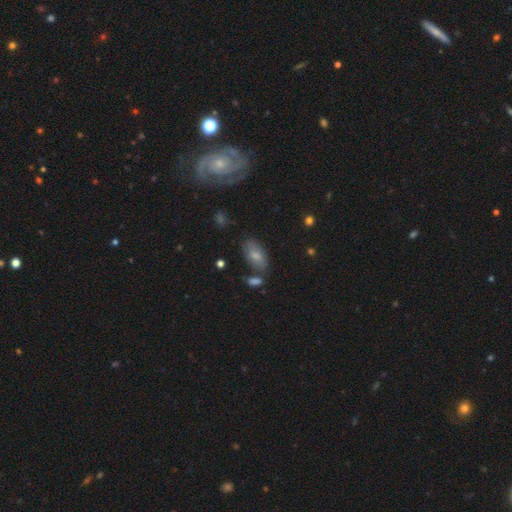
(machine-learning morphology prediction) smooth-or-featured: smooth: 66% | featured or disk: 24% | star or artifact: 10%
  how-rounded: in between: 92% | cigar-shaped: 5% | round: 4%
  merging: none: 68% | minor disturbance: 18% | merger: 9% | major disturbance: 6%